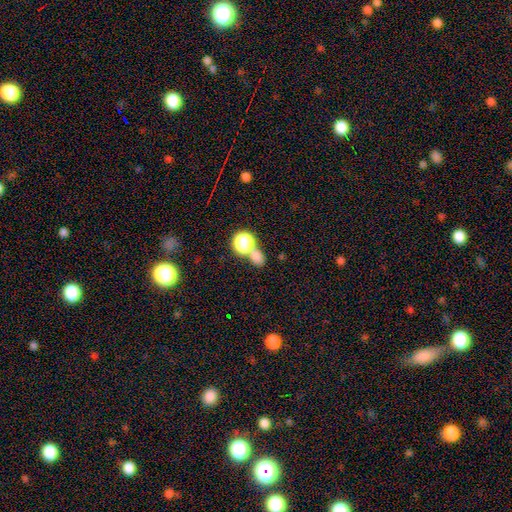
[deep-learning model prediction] The model was most divided on "merging": none: 52%, merger: 36%, minor disturbance: 8%, major disturbance: 4%. More confident: smooth or featured — smooth (72%); how rounded — round (58%).